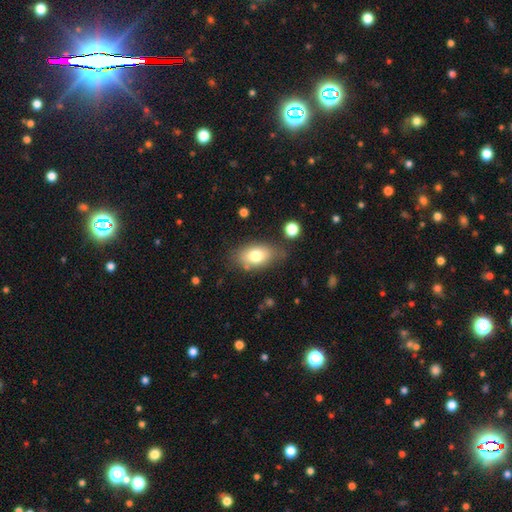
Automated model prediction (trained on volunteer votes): Q: Smooth or featured?
A: smooth (76%); runner-up: featured or disk (16%)
Q: How rounded?
A: in between (89%); runner-up: round (9%)
Q: Merging?
A: none (67%); runner-up: minor disturbance (22%)